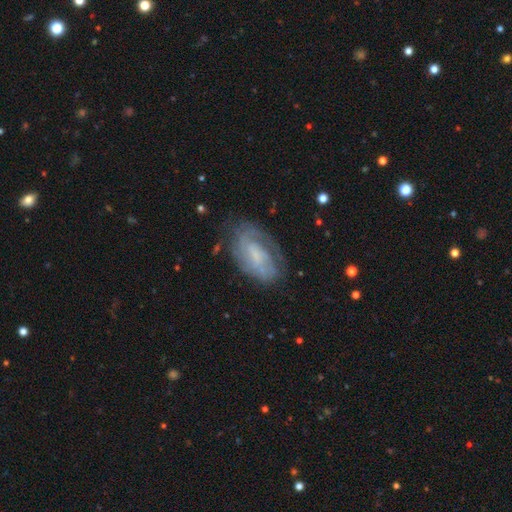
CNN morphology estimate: Overall: featured or disk (65%; smooth 27%). Edge-on disk: no (95%). Bar: no (53%; weak 37%). Spiral arms: yes (80%). Bulge size: small (42%; none 32%). Merging: none (63%).